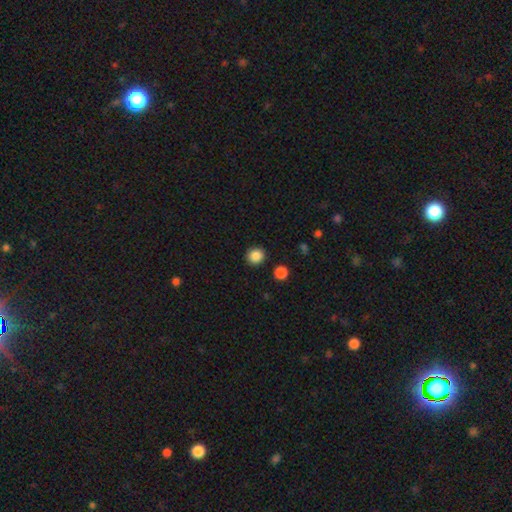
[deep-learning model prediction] smooth 87%, star or artifact 10%, featured or disk 3%. Down the decision tree: how rounded — round (91%); merging — none (90%).